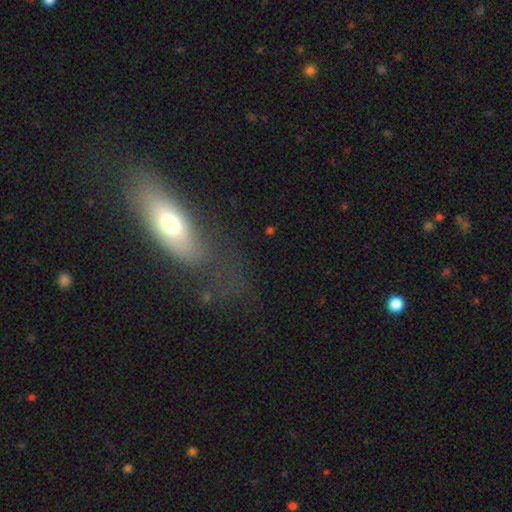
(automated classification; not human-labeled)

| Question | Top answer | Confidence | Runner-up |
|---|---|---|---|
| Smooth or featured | smooth | 54% | featured or disk (34%) |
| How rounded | in between | 60% | cigar-shaped (29%) |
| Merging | none | 53% | major disturbance (23%) |